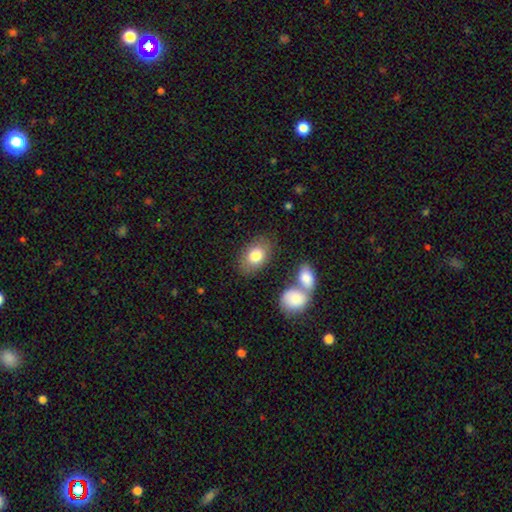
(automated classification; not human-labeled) A smooth galaxy with no disk features (80%) that is in between round and cigar-shaped (84%). Merging: none (75%).